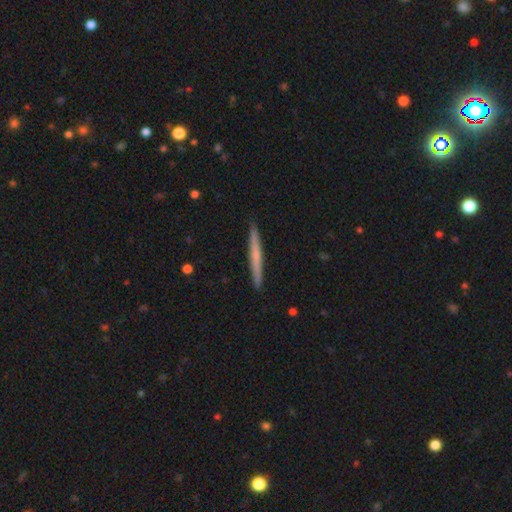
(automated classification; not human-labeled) The model was most divided on "smooth or featured" (2-way tie): smooth: 47%, featured or disk: 47%, star or artifact: 5%. More confident: merging — none (92%).